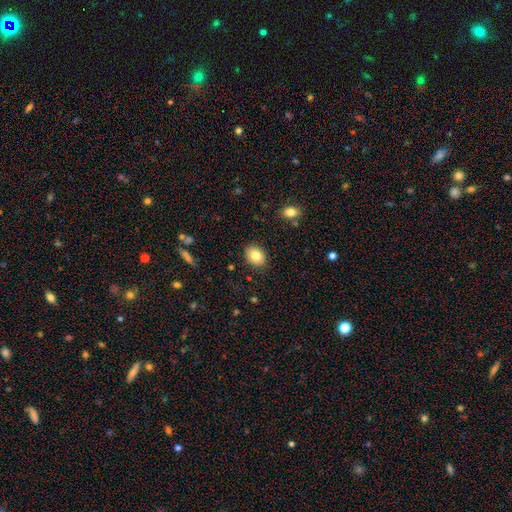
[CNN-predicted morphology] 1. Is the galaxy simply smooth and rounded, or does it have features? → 81% smooth, 11% featured or disk, 8% star or artifact.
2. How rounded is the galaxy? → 61% in between, 38% round, 1% cigar-shaped.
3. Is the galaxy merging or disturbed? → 88% none, 9% minor disturbance, 2% major disturbance, 1% merger.